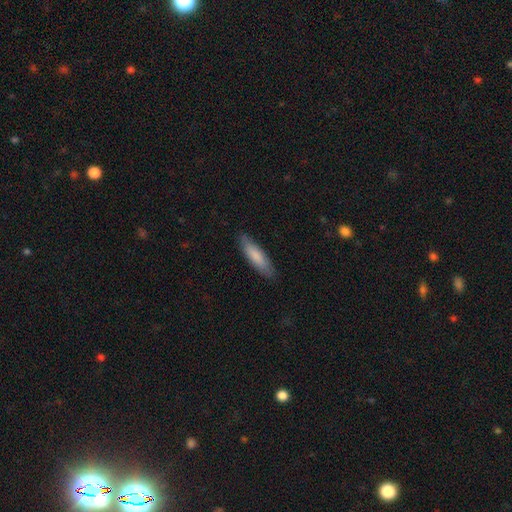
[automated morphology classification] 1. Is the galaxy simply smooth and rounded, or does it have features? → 81% smooth, 14% featured or disk, 5% star or artifact.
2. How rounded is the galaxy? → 65% cigar-shaped, 34% in between, 1% round.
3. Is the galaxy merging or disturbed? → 84% none, 12% minor disturbance, 2% major disturbance, 1% merger.